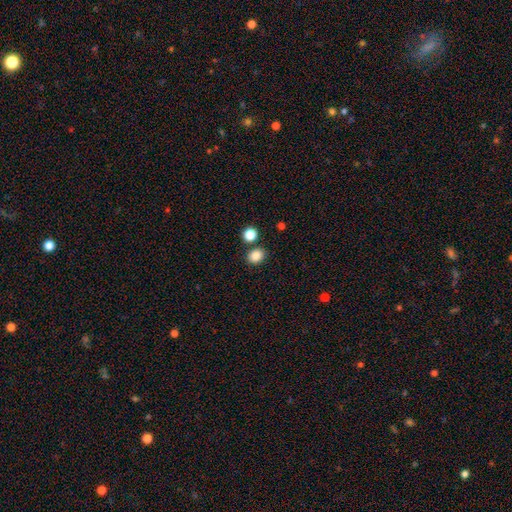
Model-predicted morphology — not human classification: smooth_or_featured: smooth (p=0.85) [alt: star or artifact p=0.11]
how_rounded: round (p=0.56) [alt: in between p=0.44]
merging: none (p=0.80) [alt: merger p=0.09]